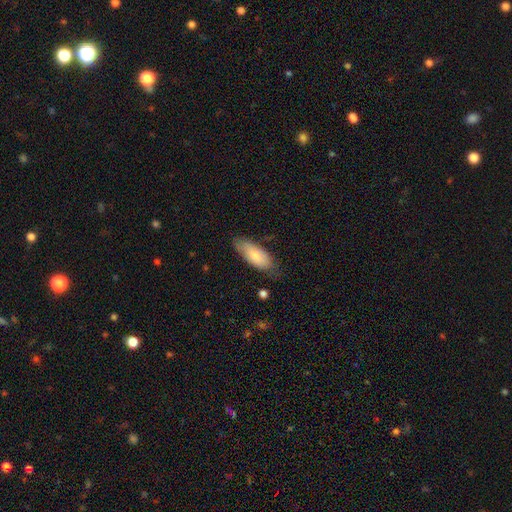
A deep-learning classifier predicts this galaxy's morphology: type=smooth (78%); roundness=in between (79%); merging=none (68%).